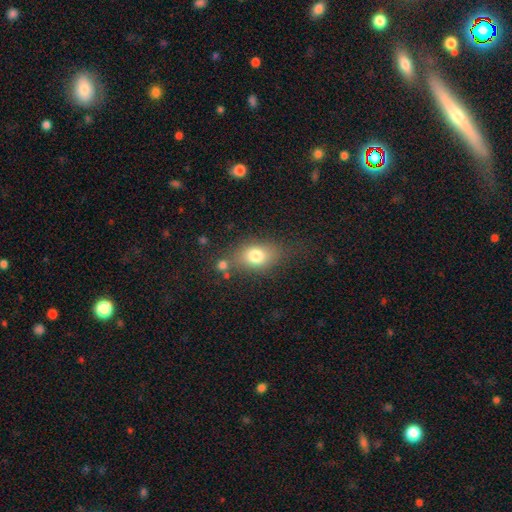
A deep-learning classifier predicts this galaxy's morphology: This is likely a smooth galaxy (76%). How rounded: likely in between (70%). Merging: likely none (63%).